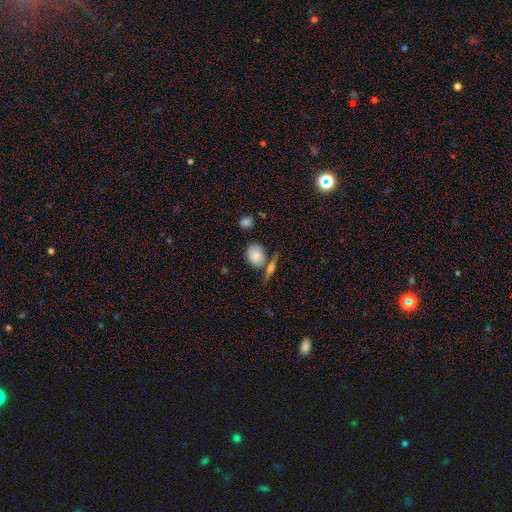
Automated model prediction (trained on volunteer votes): A smooth galaxy with no disk features (77%) that is in between round and cigar-shaped (52%).

Vote fractions:
- Smooth or featured? smooth: 77% / featured or disk: 15% / star or artifact: 8%
- How rounded? in between: 52% / round: 45% / cigar-shaped: 2%
- Merging? none: 53% / merger: 21% / minor disturbance: 18% / major disturbance: 7%